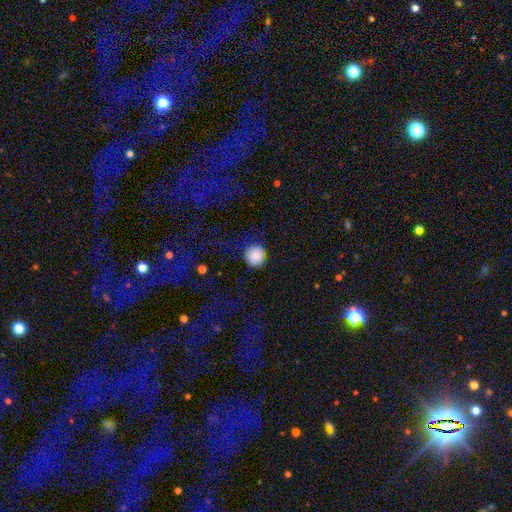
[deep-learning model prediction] This appears to be a smooth galaxy with no disk features (86%) that is round (93%). Merging: none (82%).